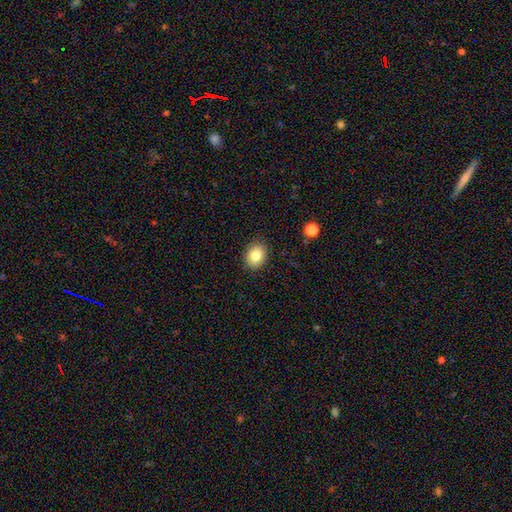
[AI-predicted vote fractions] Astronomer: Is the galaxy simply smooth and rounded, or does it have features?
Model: smooth — 82%.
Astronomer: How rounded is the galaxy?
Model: in between — 52% (runner-up: round, 47%).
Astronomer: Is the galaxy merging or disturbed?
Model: none — 88%.